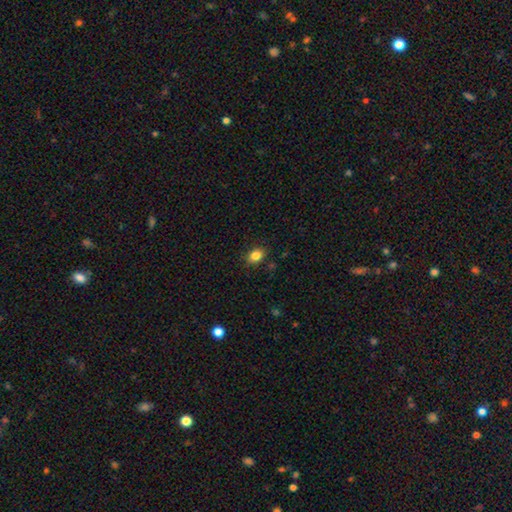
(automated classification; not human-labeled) Smooth or featured? smooth (84%)
How rounded? in between (71%)
Merging? none (86%)